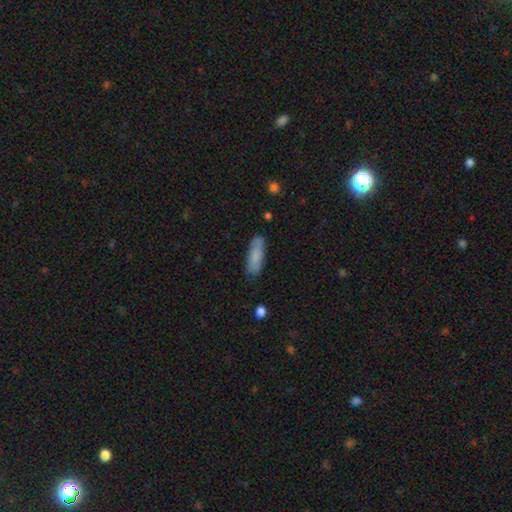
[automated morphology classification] Smooth or featured: smooth — 83% (featured or disk — 10%)
How rounded: cigar-shaped — 50% (in between — 48%)
Merging: none — 81% (minor disturbance — 14%)